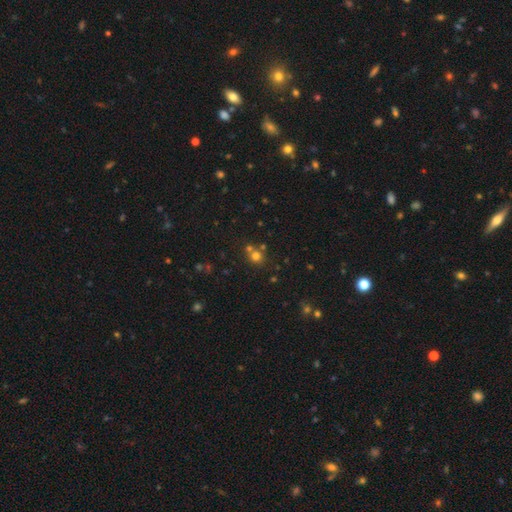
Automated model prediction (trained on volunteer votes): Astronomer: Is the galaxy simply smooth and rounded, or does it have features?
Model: smooth — 68%.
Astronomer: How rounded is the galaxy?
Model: round — 87%.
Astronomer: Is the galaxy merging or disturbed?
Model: none — 61%.